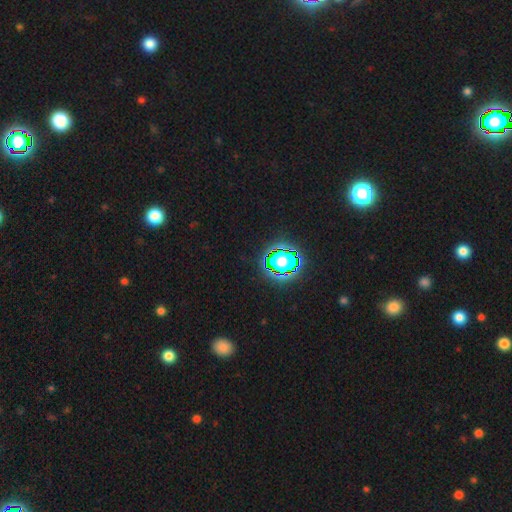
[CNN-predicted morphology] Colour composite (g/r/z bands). It shows a star or artifact, not a galaxy (80%).